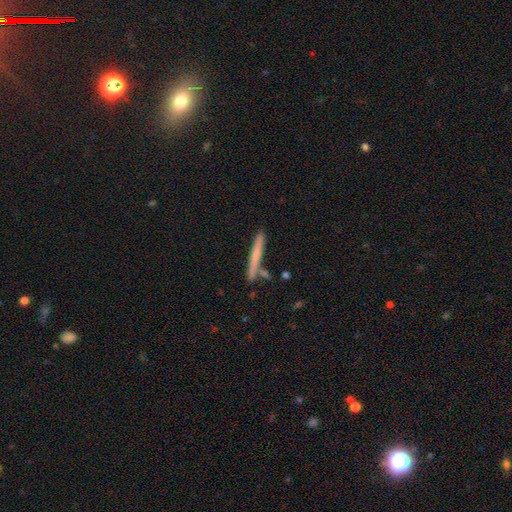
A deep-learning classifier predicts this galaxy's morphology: smooth 59%, featured or disk 35%, star or artifact 6%. Down the decision tree: how rounded — cigar-shaped (96%); merging — none (80%).